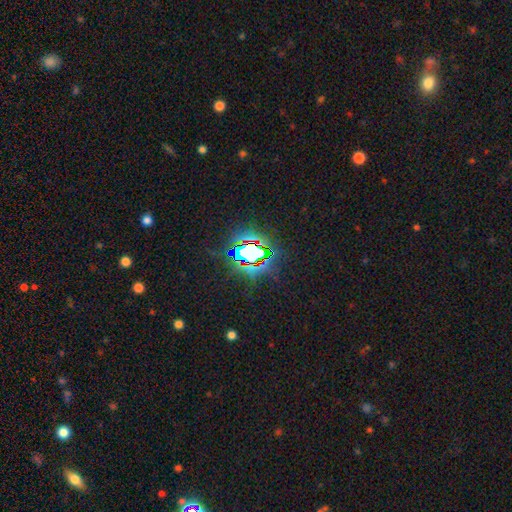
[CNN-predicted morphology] A star or artifact, not a galaxy (84%).